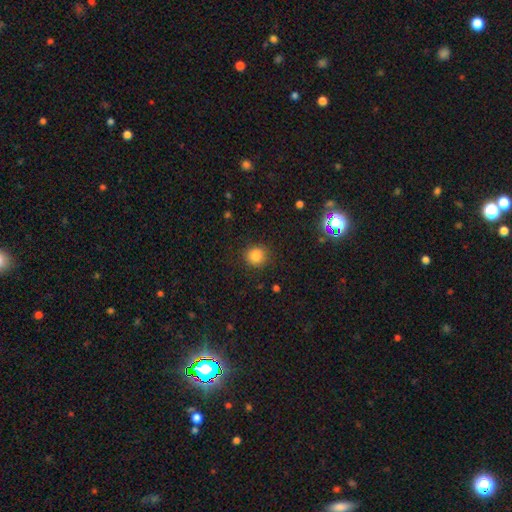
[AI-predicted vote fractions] Smooth or featured? Predicted: smooth (p=0.83). How rounded? Predicted: round (p=0.89). Merging? Predicted: none (p=0.88).